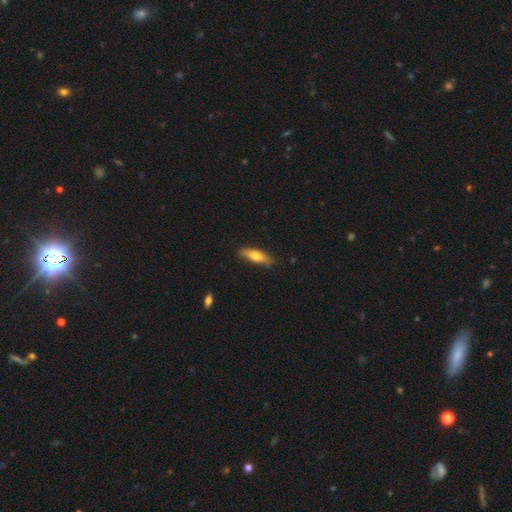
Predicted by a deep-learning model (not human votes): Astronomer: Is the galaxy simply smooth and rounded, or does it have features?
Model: smooth — 62%.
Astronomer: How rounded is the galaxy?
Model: cigar-shaped — 57% (runner-up: in between, 41%).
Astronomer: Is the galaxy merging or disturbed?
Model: none — 83%.